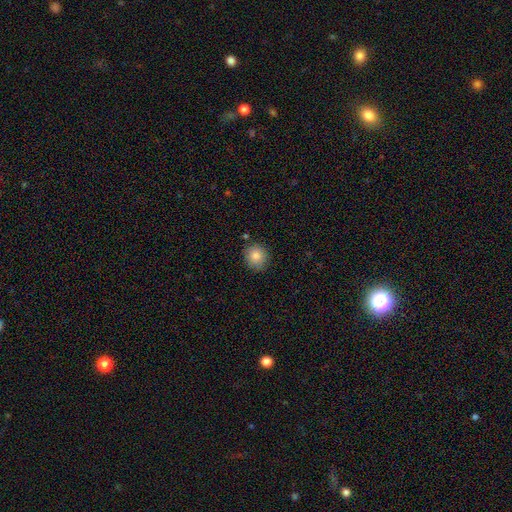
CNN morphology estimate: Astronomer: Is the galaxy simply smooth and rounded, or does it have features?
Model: smooth — 85%.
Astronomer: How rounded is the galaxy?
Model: round — 88%.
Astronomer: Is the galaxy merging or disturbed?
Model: none — 86%.